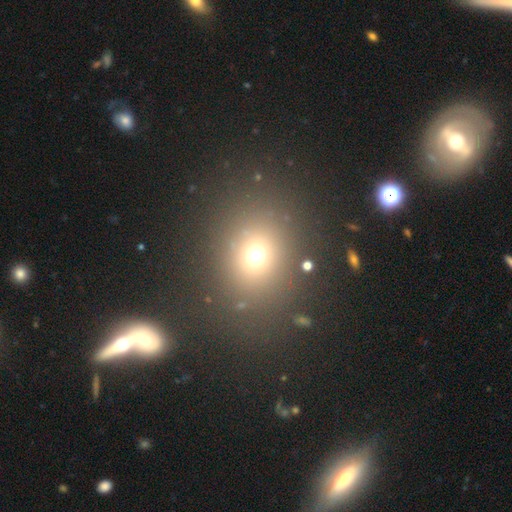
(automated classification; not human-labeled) Smooth or featured?
  - smooth: 67% *
  - star or artifact: 22%
  - featured or disk: 10%
How rounded?
  - round: 68% *
  - in between: 30%
  - cigar-shaped: 1%
Merging?
  - none: 82% *
  - minor disturbance: 9%
  - major disturbance: 6%
  - merger: 3%